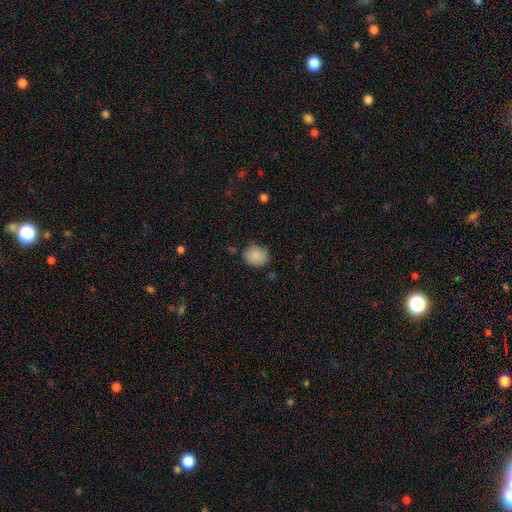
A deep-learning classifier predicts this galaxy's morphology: Smooth or featured: smooth — 87% (star or artifact — 8%)
How rounded: round — 73% (in between — 26%)
Merging: none — 75% (minor disturbance — 19%)